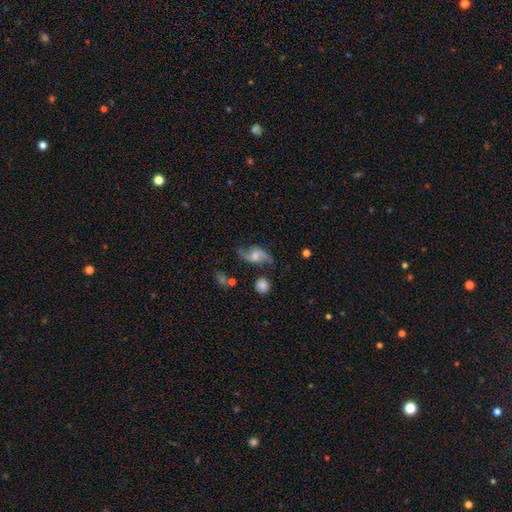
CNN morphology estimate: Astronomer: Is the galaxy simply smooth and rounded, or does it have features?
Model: featured or disk — 78%.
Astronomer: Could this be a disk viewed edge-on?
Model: no — 95%.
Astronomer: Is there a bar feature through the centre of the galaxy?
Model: no — 54% (runner-up: weak, 37%).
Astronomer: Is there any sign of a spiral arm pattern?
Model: yes — 94%.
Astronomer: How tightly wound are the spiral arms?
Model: loose — 72%.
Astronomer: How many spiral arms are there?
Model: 2 — 92%.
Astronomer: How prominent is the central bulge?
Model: moderate — 45% (runner-up: small, 33%).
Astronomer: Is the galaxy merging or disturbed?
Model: none — 67%.